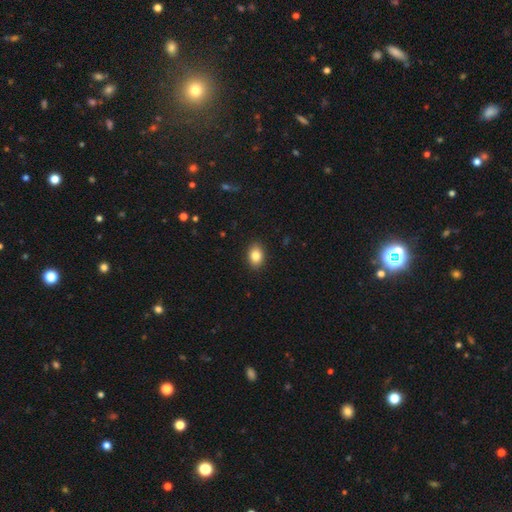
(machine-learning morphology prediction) Smooth or featured? Predicted: smooth (p=0.84). How rounded? Predicted: in between (p=0.74). Merging? Predicted: none (p=0.90).